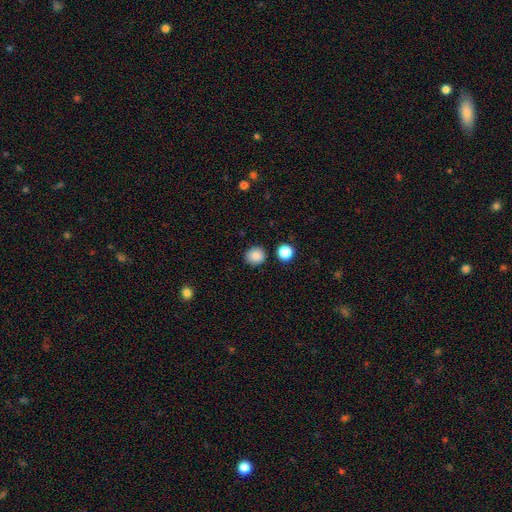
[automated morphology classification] Overall: smooth (87%). How rounded: round (84%). Merging: none (87%).